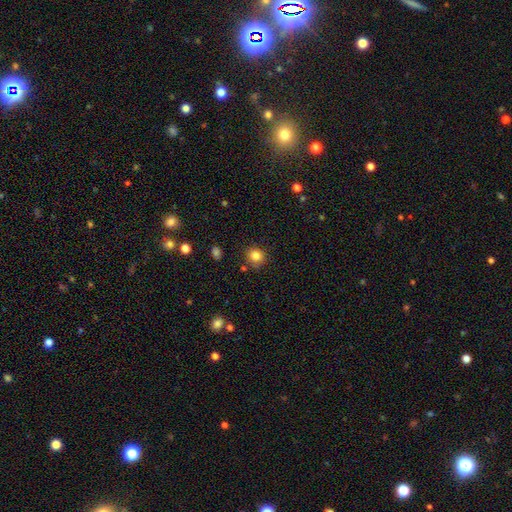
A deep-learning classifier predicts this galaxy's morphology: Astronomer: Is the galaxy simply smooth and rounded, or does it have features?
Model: smooth — 83%.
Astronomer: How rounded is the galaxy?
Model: round — 83%.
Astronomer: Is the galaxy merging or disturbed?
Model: none — 82%.